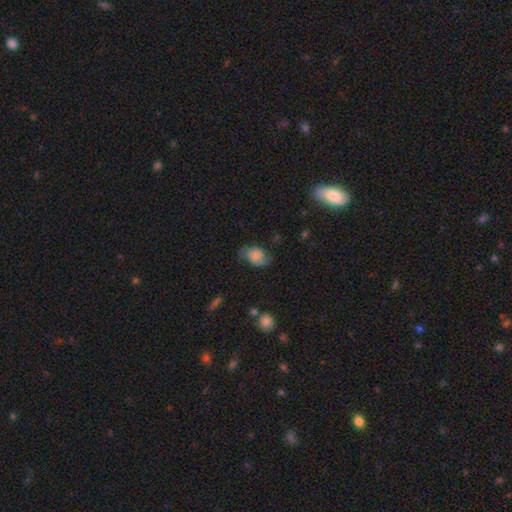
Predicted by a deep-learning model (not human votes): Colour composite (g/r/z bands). It shows a smooth galaxy with no disk features (58%) that is in between round and cigar-shaped (66%). Merging: none (55%).